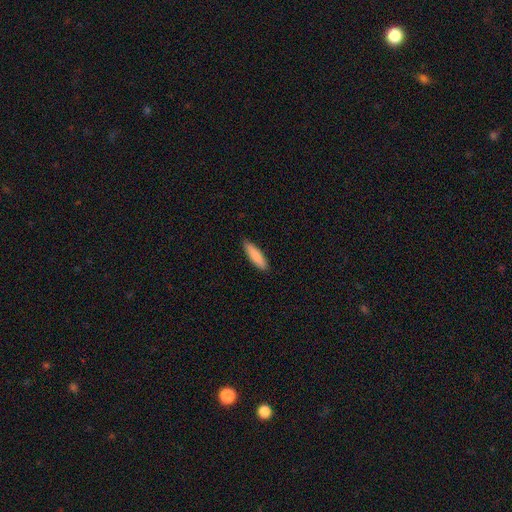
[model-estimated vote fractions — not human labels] This is clearly a smooth galaxy (85%). How rounded: likely cigar-shaped (66%). Merging: clearly none (88%).